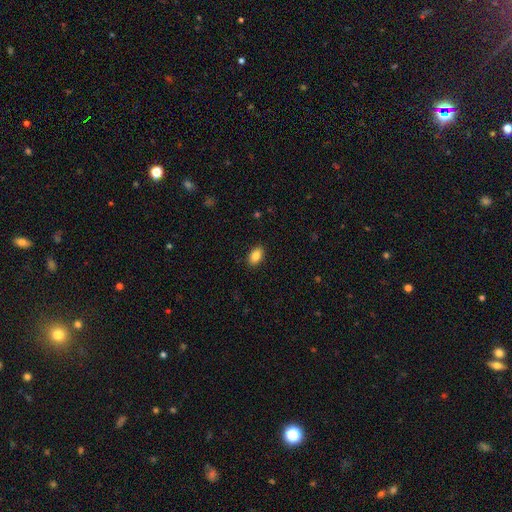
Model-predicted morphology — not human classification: type=smooth (86%); roundness=in between (89%); merging=none (88%).